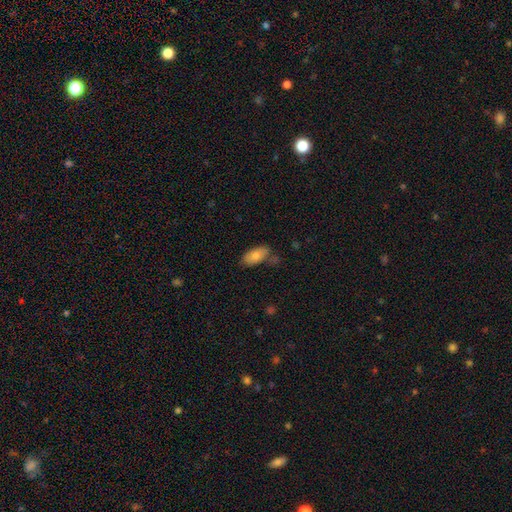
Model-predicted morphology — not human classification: Smooth or featured: smooth — 78% (featured or disk — 15%)
How rounded: in between — 91% (cigar-shaped — 6%)
Merging: none — 66% (minor disturbance — 21%)